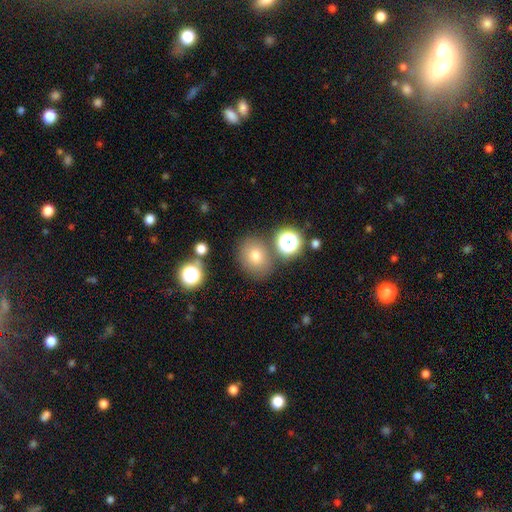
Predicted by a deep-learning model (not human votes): This is likely a smooth galaxy (73%). How rounded: possibly round (56%). Merging: likely none (76%).